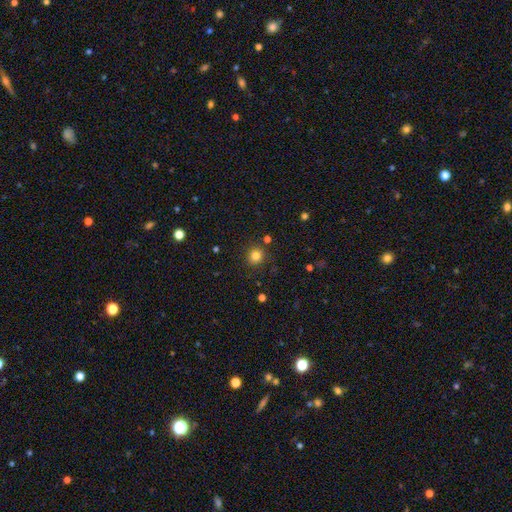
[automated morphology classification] The model was most divided on "smooth or featured": smooth: 81%, star or artifact: 14%, featured or disk: 5%. More confident: how rounded — round (90%); merging — none (86%).